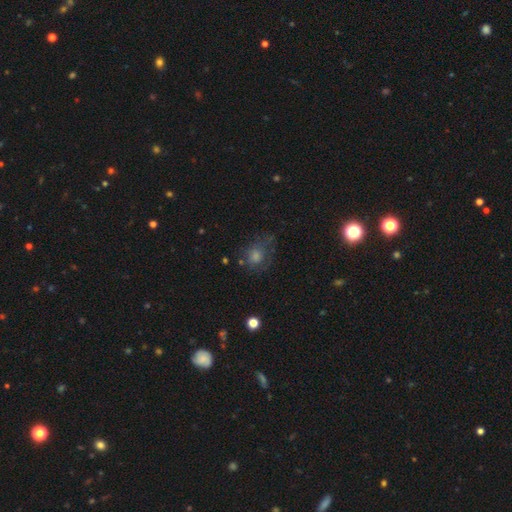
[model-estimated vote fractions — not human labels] Smooth or featured? smooth (50%)
How rounded? round (69%)
Merging? none (58%)